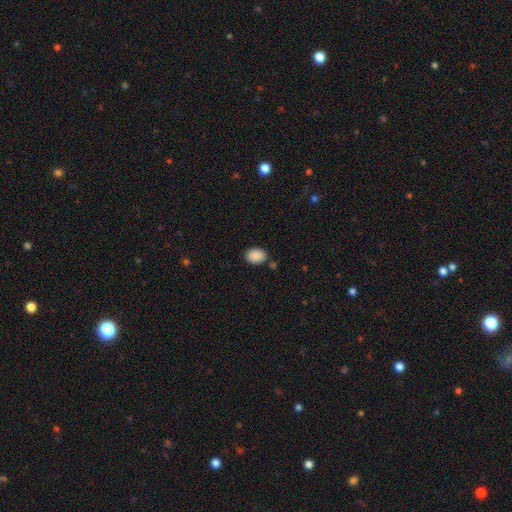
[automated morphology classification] Smooth or featured? Predicted: smooth (p=0.90). How rounded? Predicted: in between (p=0.69). Merging? Predicted: none (p=0.82).